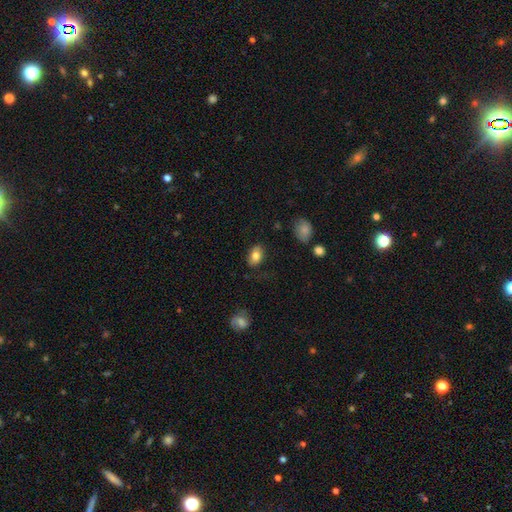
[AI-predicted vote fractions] Smooth or featured?
  - smooth: 81% *
  - featured or disk: 11%
  - star or artifact: 8%
How rounded?
  - in between: 85% *
  - round: 14%
  - cigar-shaped: 1%
Merging?
  - none: 82% *
  - minor disturbance: 14%
  - major disturbance: 3%
  - merger: 1%